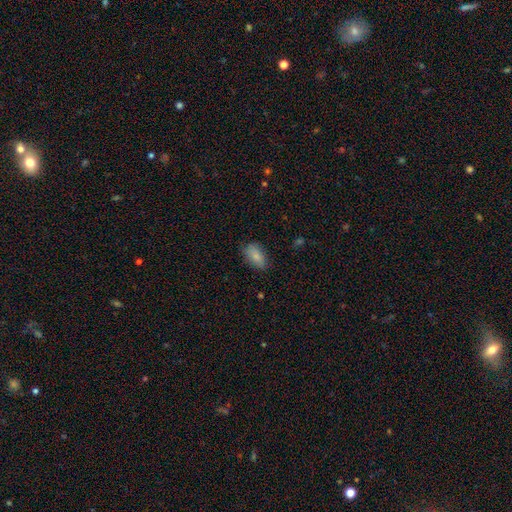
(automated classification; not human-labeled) Smooth or featured? smooth (83%)
How rounded? in between (90%)
Merging? none (78%)